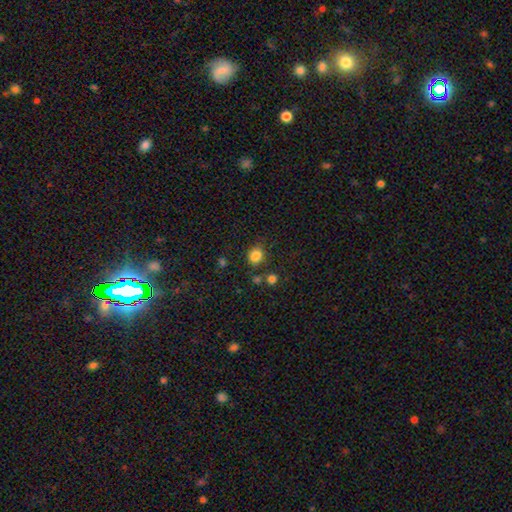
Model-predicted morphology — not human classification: Smooth or featured? Predicted: smooth (p=0.83). How rounded? Predicted: round (p=0.67). Merging? Predicted: none (p=0.76).